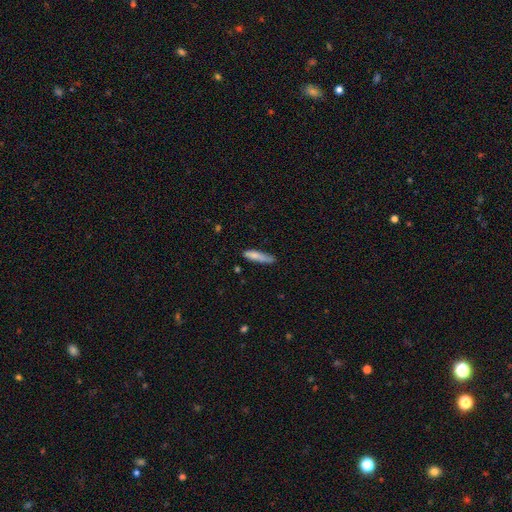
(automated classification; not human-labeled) A smooth galaxy with no disk features (79%) that is cigar-shaped (78%). Merging: none (62%).